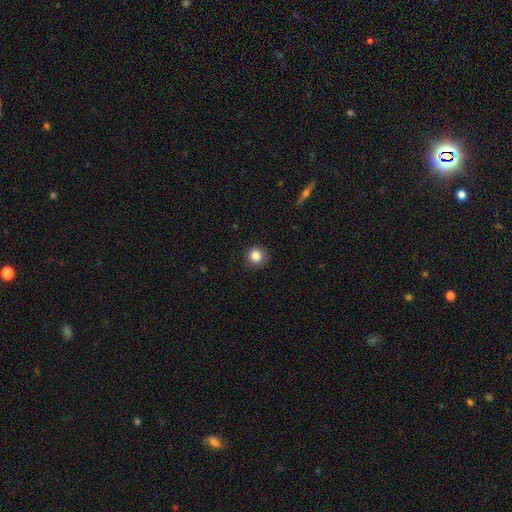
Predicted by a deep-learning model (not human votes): Smooth or featured: smooth — 84% (star or artifact — 11%)
How rounded: round — 94% (in between — 5%)
Merging: none — 91% (minor disturbance — 6%)